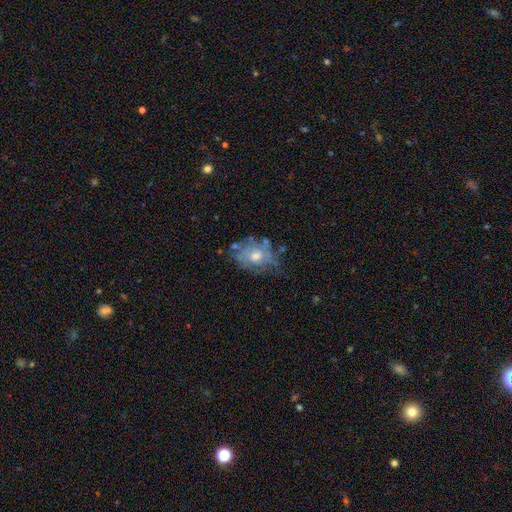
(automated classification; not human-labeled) A featured or disk galaxy (56%) with no bar (84%), no spiral arms (60%) and a moderate central bulge (66%).

Vote fractions:
- Smooth or featured? featured or disk: 56% / smooth: 33% / star or artifact: 11%
- Edge-on disk? no: 95% / yes: 5%
- Bar? no: 84% / weak: 14% / strong: 2%
- Spiral arms? no: 60% / yes: 40%
- Bulge size? moderate: 66% / small: 22% / large: 8% / none: 3% / dominant: 1%
- Merging? none: 52% / minor disturbance: 27% / major disturbance: 15% / merger: 5%